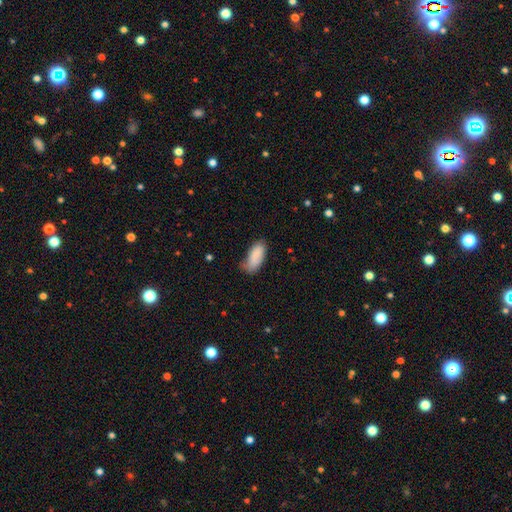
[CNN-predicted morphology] type=smooth (85%); roundness=in between (90%); merging=none (50%).